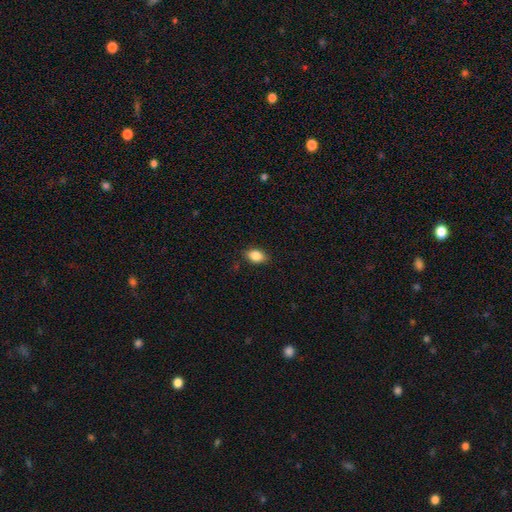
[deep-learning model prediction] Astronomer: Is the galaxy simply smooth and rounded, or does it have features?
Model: smooth — 85%.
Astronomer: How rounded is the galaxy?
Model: in between — 83%.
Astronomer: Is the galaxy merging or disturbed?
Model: none — 85%.